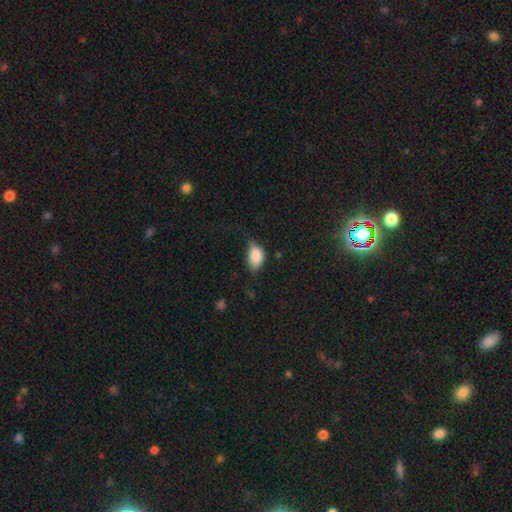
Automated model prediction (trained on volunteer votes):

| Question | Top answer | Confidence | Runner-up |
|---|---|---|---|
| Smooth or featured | smooth | 86% | star or artifact (8%) |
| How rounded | in between | 89% | round (9%) |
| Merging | none | 45% | minor disturbance (42%) |